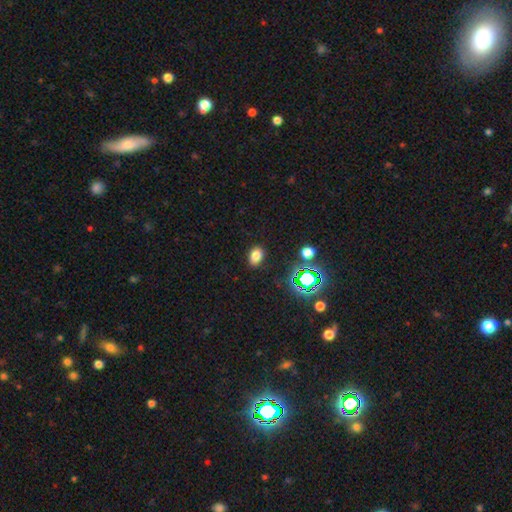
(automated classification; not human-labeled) Smooth or featured? Predicted: smooth (p=0.76). How rounded? Predicted: in between (p=0.79). Merging? Predicted: none (p=0.86).